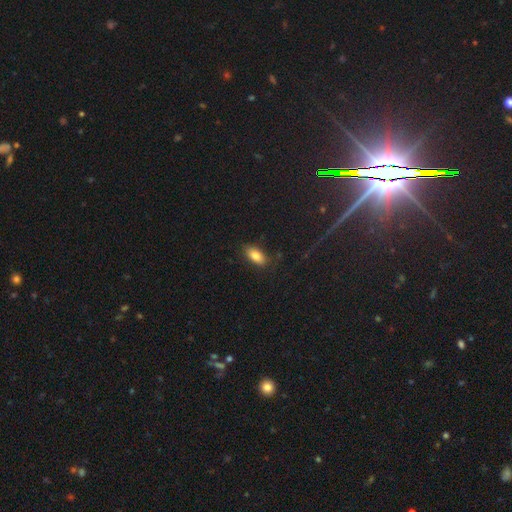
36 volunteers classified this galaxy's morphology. Smooth or featured? 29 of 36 (81%) said smooth. How rounded? 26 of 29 (90%) said in between. Merging? 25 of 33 (76%) said none.